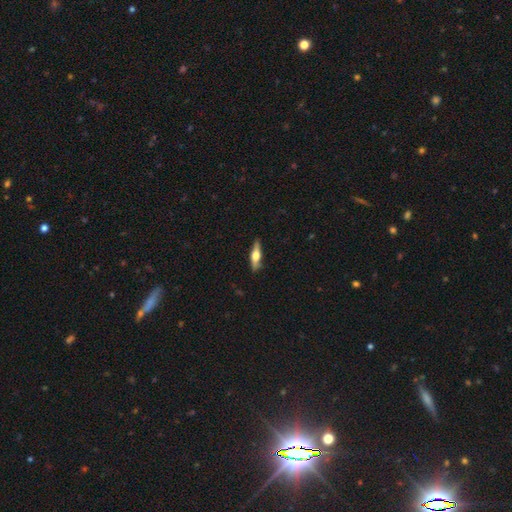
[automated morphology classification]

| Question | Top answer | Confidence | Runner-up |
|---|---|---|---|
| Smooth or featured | featured or disk | 60% | smooth (34%) |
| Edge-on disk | yes | 95% | no (5%) |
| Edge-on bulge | rounded | 93% | boxy (6%) |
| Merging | none | 87% | minor disturbance (10%) |